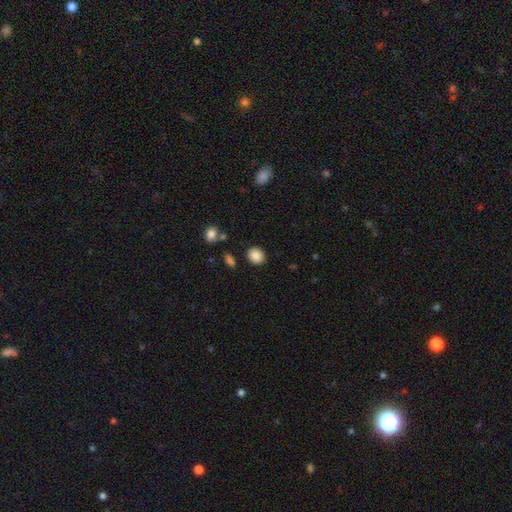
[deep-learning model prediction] This appears to be a smooth galaxy with no disk features (88%) that is round (77%). Merging: none (86%).